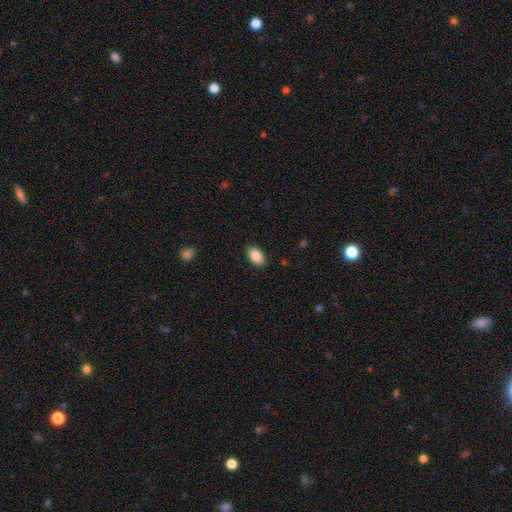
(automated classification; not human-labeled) Overall: smooth (87%). How rounded: in between (93%). Merging: none (87%).